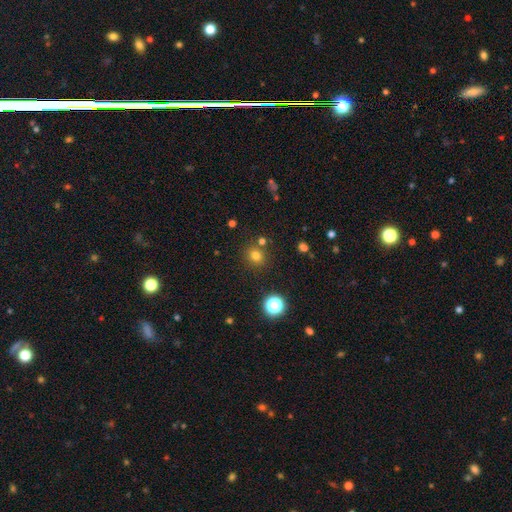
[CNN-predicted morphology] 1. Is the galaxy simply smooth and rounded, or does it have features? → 75% smooth, 19% star or artifact, 6% featured or disk.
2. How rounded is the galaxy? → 84% round, 15% in between, 1% cigar-shaped.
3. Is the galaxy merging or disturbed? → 81% none, 8% minor disturbance, 7% merger, 3% major disturbance.